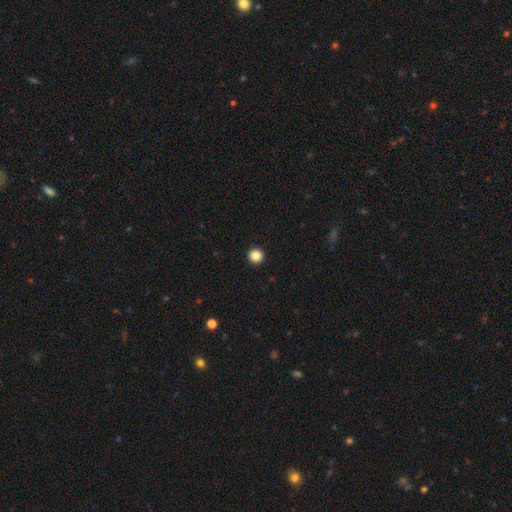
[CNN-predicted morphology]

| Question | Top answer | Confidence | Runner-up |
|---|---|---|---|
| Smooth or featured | smooth | 86% | star or artifact (11%) |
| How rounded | round | 96% | in between (3%) |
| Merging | none | 94% | minor disturbance (3%) |